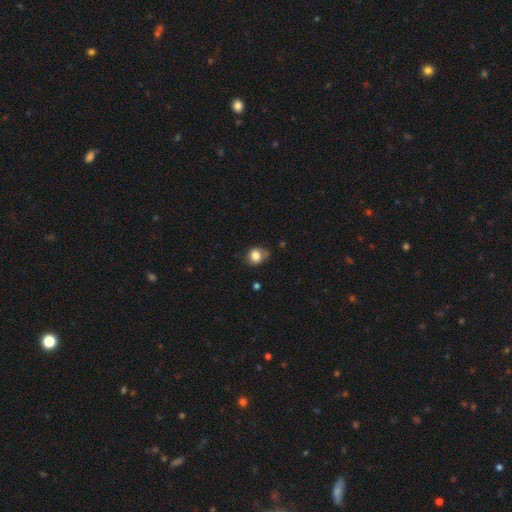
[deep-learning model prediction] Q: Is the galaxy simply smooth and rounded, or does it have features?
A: smooth — 82%.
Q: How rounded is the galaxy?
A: round — 71%.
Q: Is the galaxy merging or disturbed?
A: none — 61%.